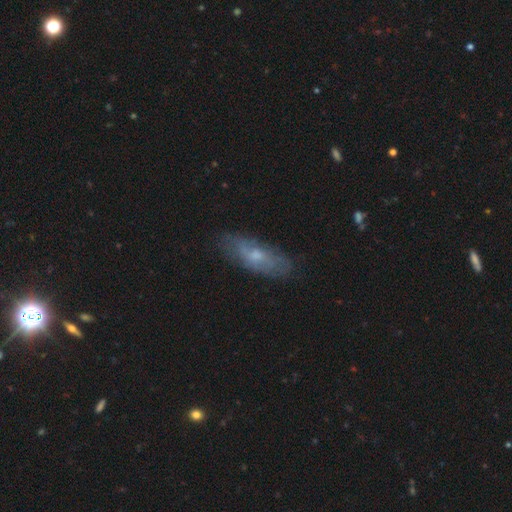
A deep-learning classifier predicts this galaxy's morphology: Overall: smooth (47%; featured or disk 46%). Merging: none (69%).